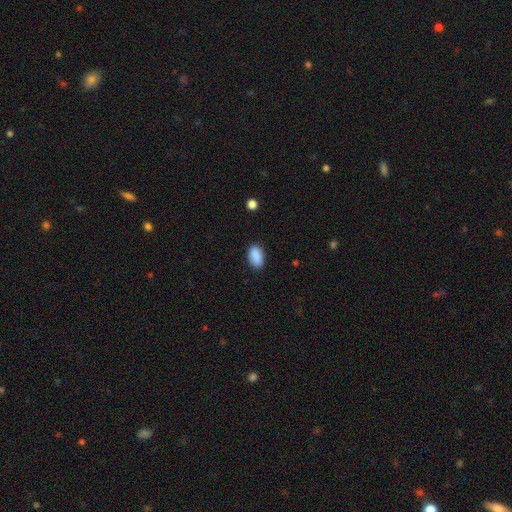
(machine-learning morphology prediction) type=smooth (90%); roundness=in between (93%); merging=none (85%).